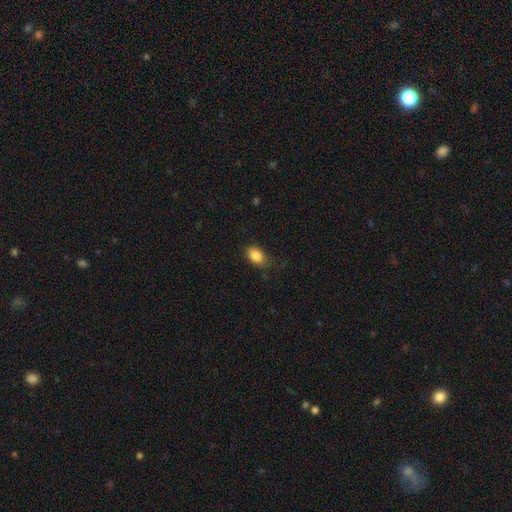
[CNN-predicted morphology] A smooth galaxy with no disk features (86%) that is in between round and cigar-shaped (87%). Merging: none (77%).